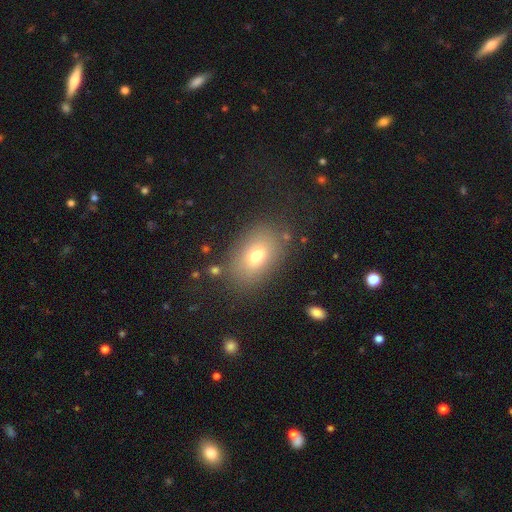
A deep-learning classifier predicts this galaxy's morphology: Smooth or featured: smooth — 72% (featured or disk — 16%)
How rounded: in between — 81% (round — 18%)
Merging: none — 81% (minor disturbance — 11%)